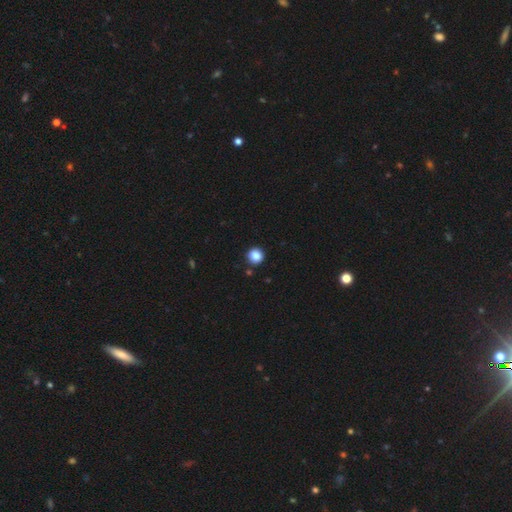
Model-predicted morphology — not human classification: A smooth galaxy with no disk features (86%) that is round (93%).

Vote fractions:
- Smooth or featured? smooth: 86% / star or artifact: 10% / featured or disk: 3%
- How rounded? round: 93% / in between: 6% / cigar-shaped: 1%
- Merging? none: 90% / minor disturbance: 6% / merger: 2% / major disturbance: 2%